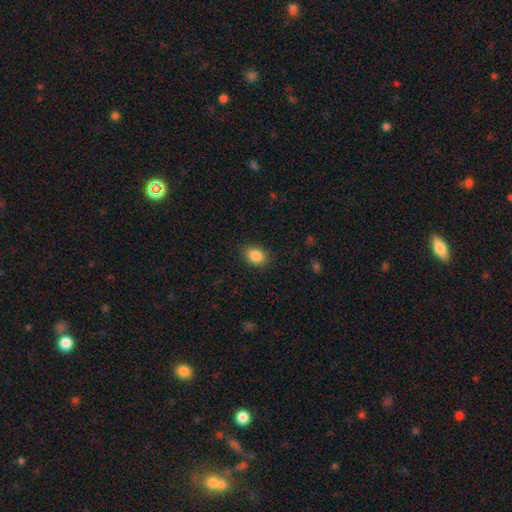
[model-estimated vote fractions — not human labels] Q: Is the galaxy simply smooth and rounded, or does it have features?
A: smooth — 87%.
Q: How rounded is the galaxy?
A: in between — 70%.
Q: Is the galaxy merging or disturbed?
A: none — 85%.